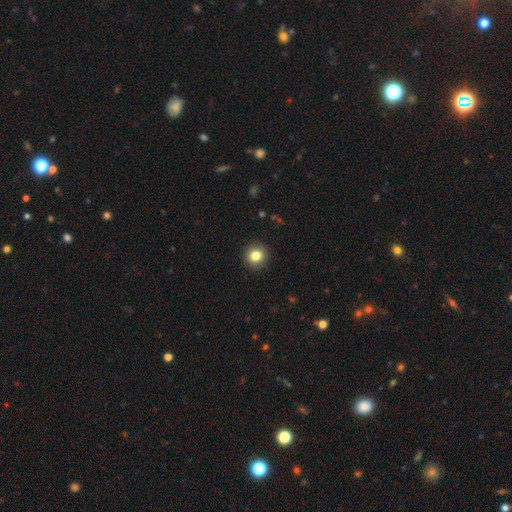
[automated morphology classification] This appears to be a smooth galaxy with no disk features (83%) that is round (91%). Merging: none (92%).